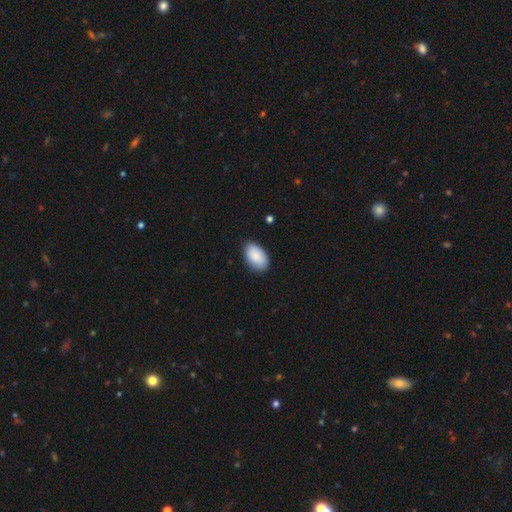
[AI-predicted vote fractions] Smooth or featured: smooth — 88% (star or artifact — 6%)
How rounded: in between — 94% (round — 5%)
Merging: none — 85% (minor disturbance — 12%)